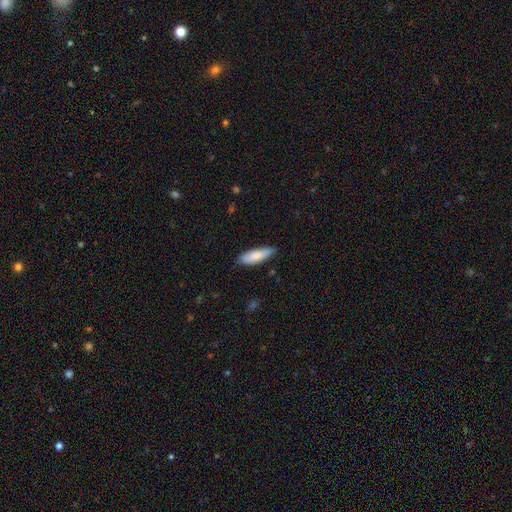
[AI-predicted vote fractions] A smooth galaxy with no disk features (83%) that is cigar-shaped (54%). Merging: none (79%).